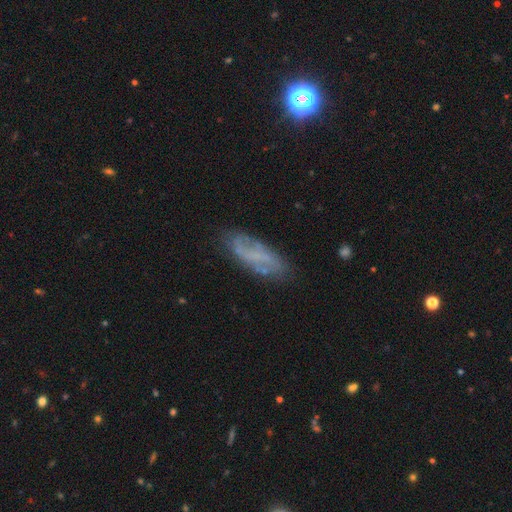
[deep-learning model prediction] This is possibly a featured or disk galaxy (53%). It is clearly not viewed edge-on (84%). Merging: likely none (69%).